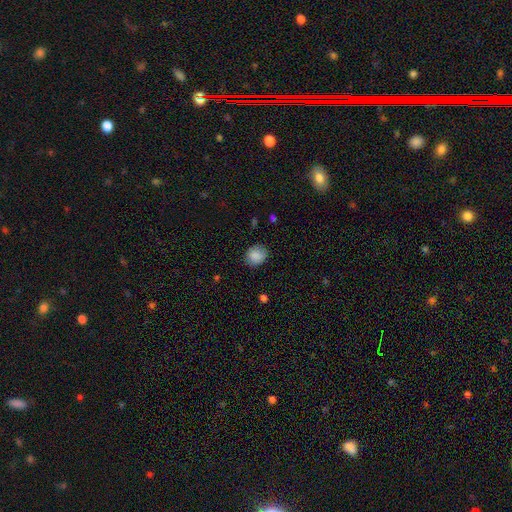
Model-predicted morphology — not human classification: A smooth galaxy with no disk features (87%) that is round (62%). Merging: none (80%).